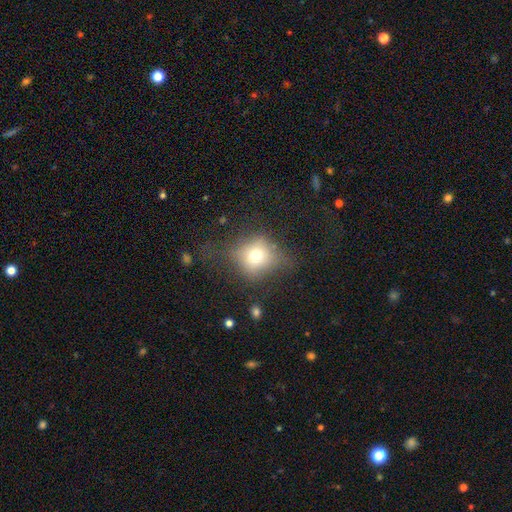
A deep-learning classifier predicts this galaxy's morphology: type=smooth (64%); roundness=round (77%); merging=none (56%).